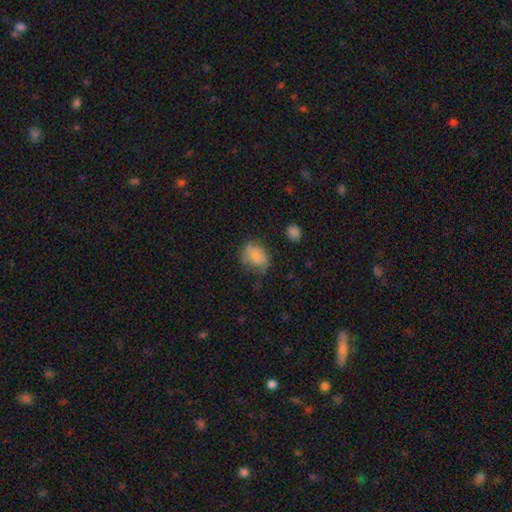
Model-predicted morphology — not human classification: Overall: smooth (68%). How rounded: in between (66%; round 33%). Merging: none (49%; minor disturbance 31%).